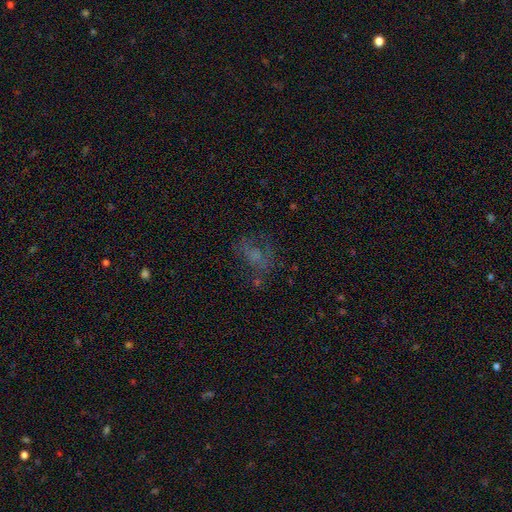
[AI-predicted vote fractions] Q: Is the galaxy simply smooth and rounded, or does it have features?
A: smooth — 41%.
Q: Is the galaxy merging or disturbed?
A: none — 50%.